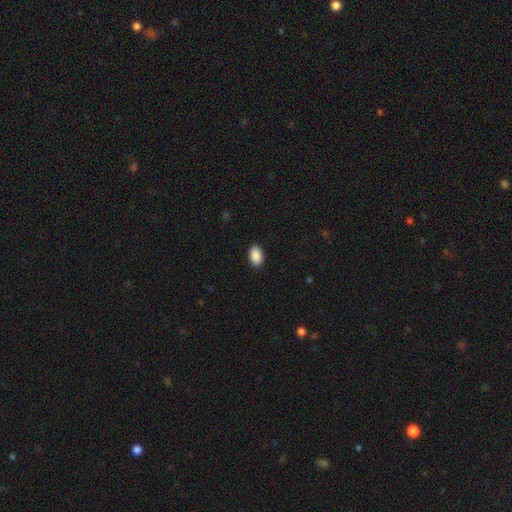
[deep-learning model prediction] This is clearly a smooth galaxy (91%). How rounded: clearly in between (92%). Merging: clearly none (90%).